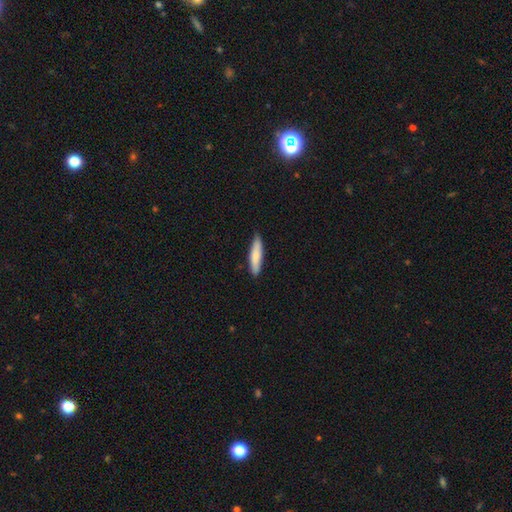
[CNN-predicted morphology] Overall: smooth (81%). How rounded: cigar-shaped (80%). Merging: none (86%).